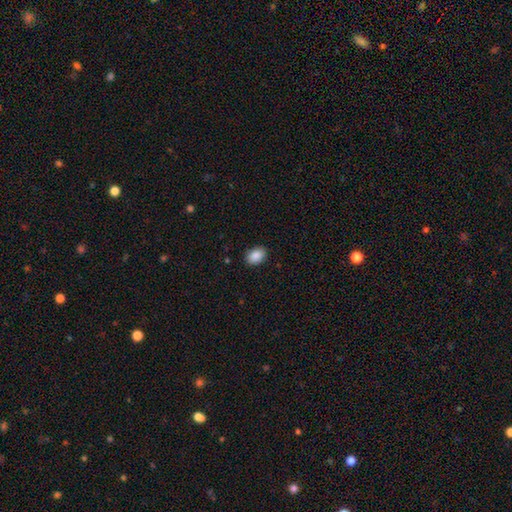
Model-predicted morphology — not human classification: smooth_or_featured: smooth (p=0.89) [alt: star or artifact p=0.07]
how_rounded: in between (p=0.80) [alt: round p=0.19]
merging: none (p=0.88) [alt: minor disturbance p=0.09]